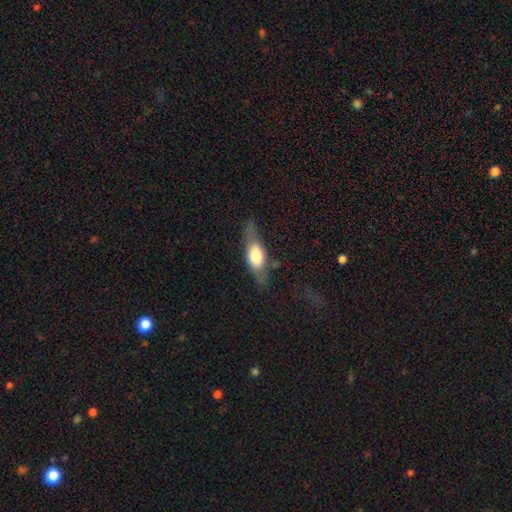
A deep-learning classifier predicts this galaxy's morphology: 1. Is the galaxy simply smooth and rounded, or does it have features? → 51% smooth, 42% featured or disk, 7% star or artifact.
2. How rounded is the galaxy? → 62% in between, 33% cigar-shaped, 5% round.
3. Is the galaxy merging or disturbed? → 67% none, 21% minor disturbance, 10% major disturbance, 2% merger.